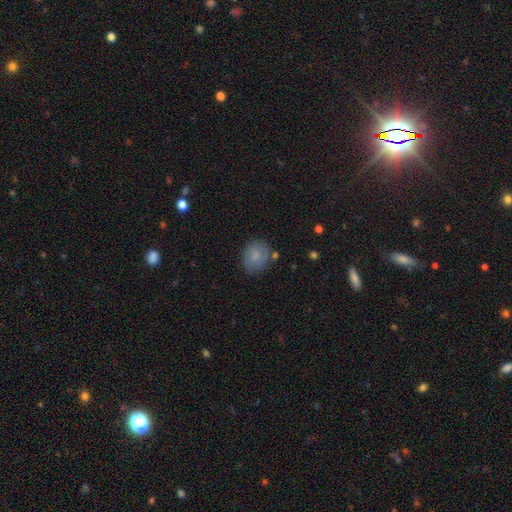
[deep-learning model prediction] Overall: smooth (79%). How rounded: round (70%). Merging: none (72%).